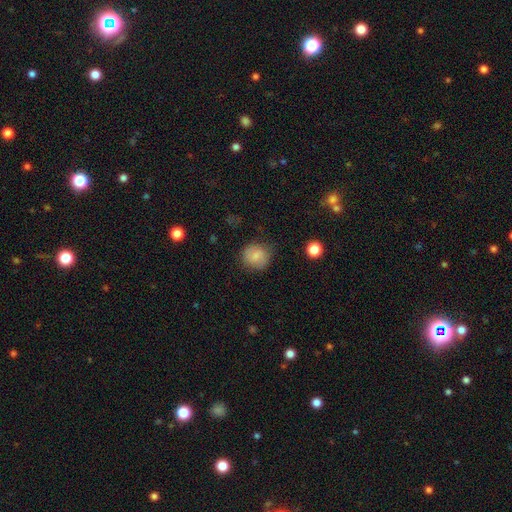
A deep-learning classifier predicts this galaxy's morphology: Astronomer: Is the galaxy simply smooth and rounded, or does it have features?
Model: smooth — 76%.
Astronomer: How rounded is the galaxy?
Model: round — 84%.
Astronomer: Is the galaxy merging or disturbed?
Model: none — 77%.